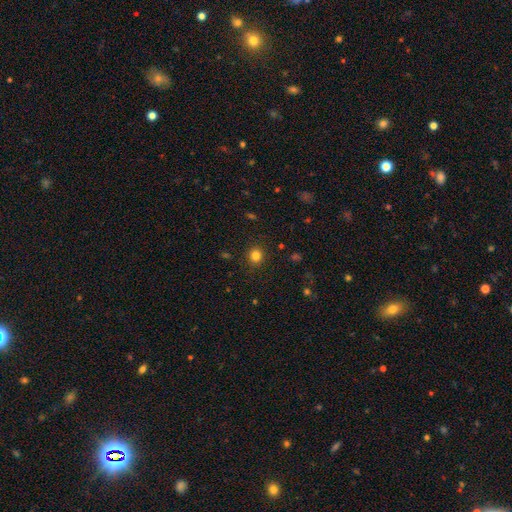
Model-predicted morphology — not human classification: This is clearly a smooth galaxy (82%). How rounded: clearly round (86%). Merging: clearly none (90%).